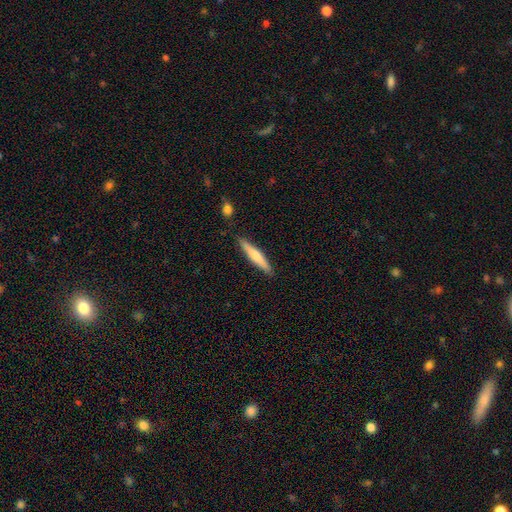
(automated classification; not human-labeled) This appears to be a smooth galaxy with no disk features (60%) that is cigar-shaped (91%). Merging: none (88%).